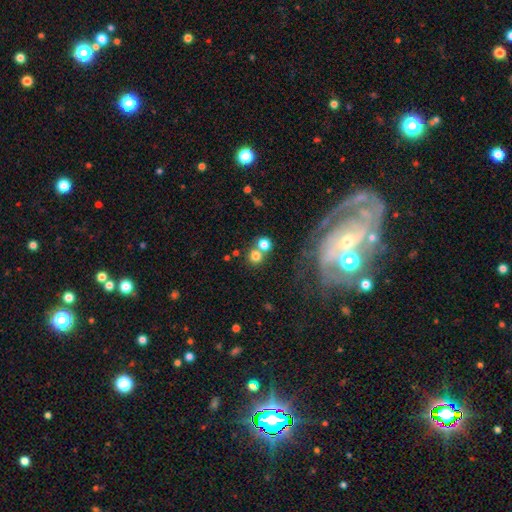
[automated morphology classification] smooth_or_featured: smooth (p=0.73) [alt: star or artifact p=0.16]
how_rounded: round (p=0.87) [alt: in between p=0.12]
merging: none (p=0.56) [alt: merger p=0.32]